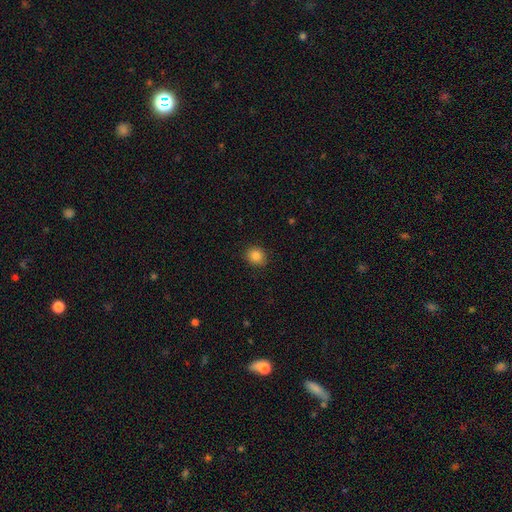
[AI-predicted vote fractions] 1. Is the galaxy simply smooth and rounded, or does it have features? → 85% smooth, 10% star or artifact, 5% featured or disk.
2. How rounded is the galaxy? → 72% round, 27% in between, 1% cigar-shaped.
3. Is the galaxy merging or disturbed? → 89% none, 8% minor disturbance, 2% major disturbance, 1% merger.